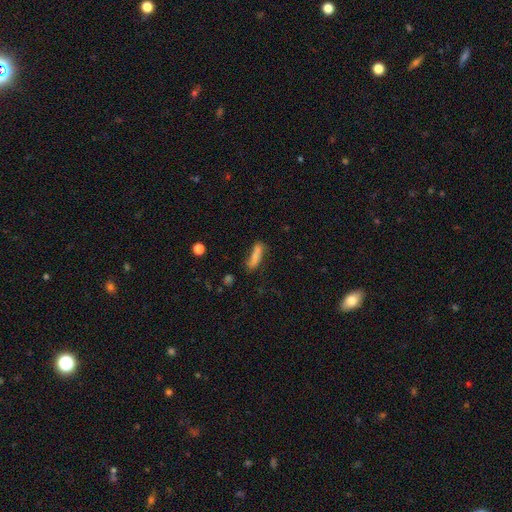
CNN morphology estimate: Smooth or featured? smooth (77%)
How rounded? cigar-shaped (68%)
Merging? none (59%)